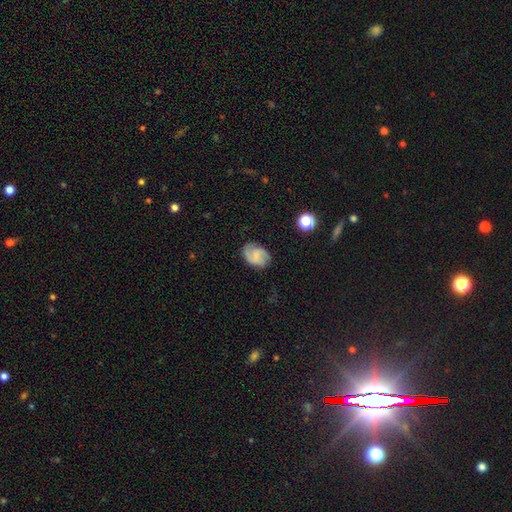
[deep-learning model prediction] featured or disk 53%, smooth 38%, star or artifact 9%. Down the decision tree: edge-on disk — no (97%); bar — no (58%); spiral arms — yes (92%); bulge size — none (48%); merging — none (75%).